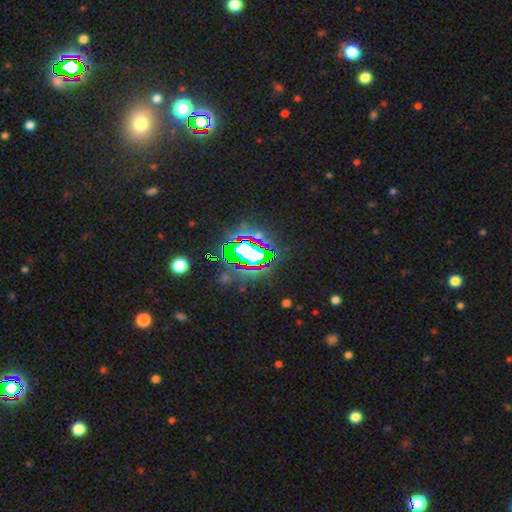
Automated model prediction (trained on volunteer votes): Smooth or featured: star or artifact — 71% (smooth — 15%)